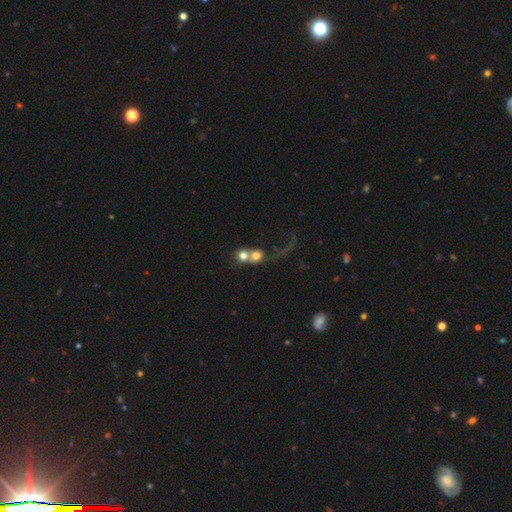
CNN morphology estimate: Smooth or featured? Predicted: smooth (p=0.59). How rounded? Predicted: round (p=0.80). Merging? Predicted: merger (p=0.66).